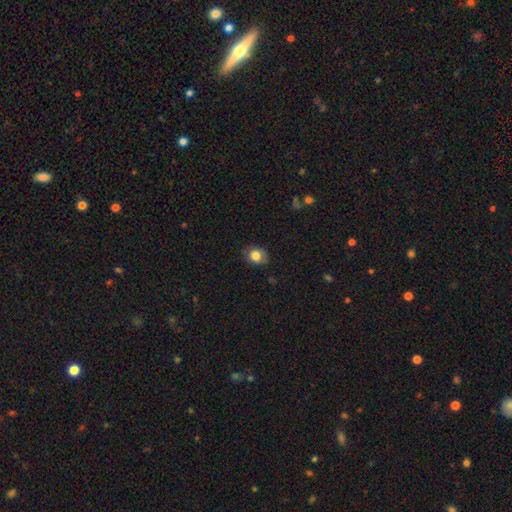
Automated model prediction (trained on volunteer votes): The model was most divided on "how rounded": round: 55%, in between: 44%, cigar-shaped: 1%. More confident: smooth or featured — smooth (82%); merging — none (79%).